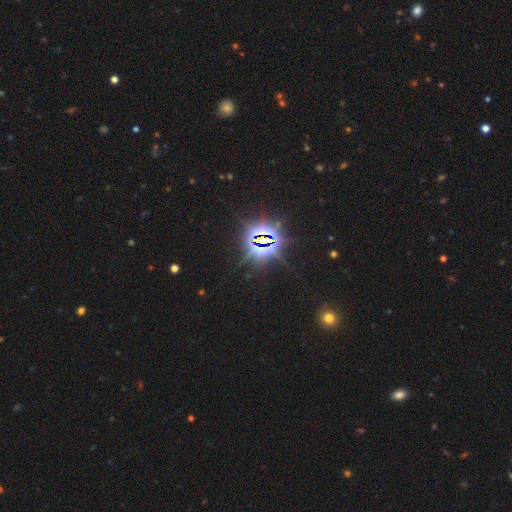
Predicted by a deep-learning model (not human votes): Overall: star or artifact (85%).